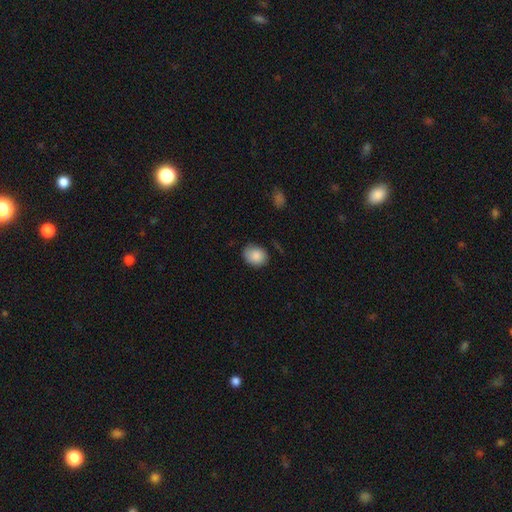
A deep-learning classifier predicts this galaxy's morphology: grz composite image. It shows a smooth galaxy with no disk features (87%) that is in between round and cigar-shaped (51%). Merging: none (73%).